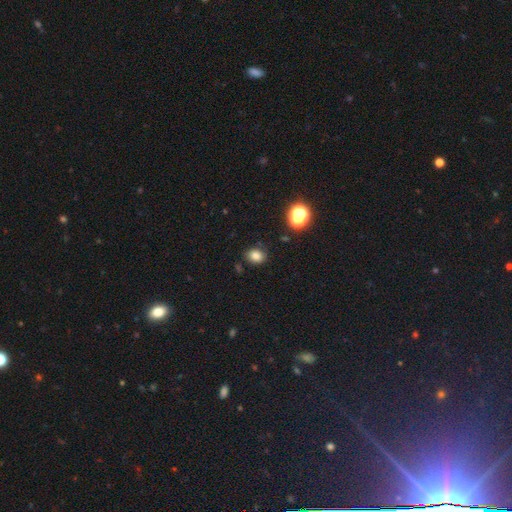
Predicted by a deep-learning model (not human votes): This appears to be a smooth galaxy with no disk features (79%) that is in between round and cigar-shaped (54%). Merging: none (82%).